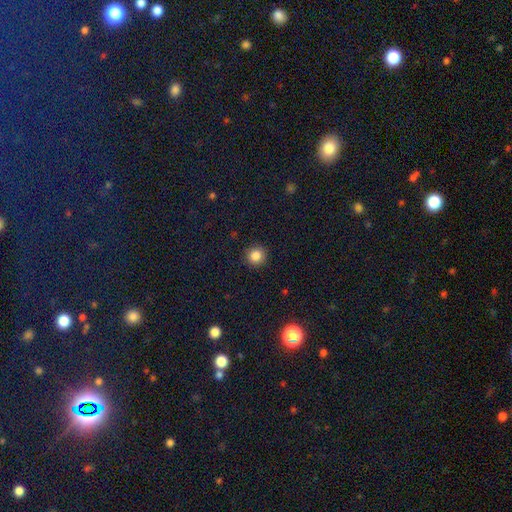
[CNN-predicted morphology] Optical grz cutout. It shows a smooth galaxy with no disk features (84%) that is round (93%). Merging: none (91%).